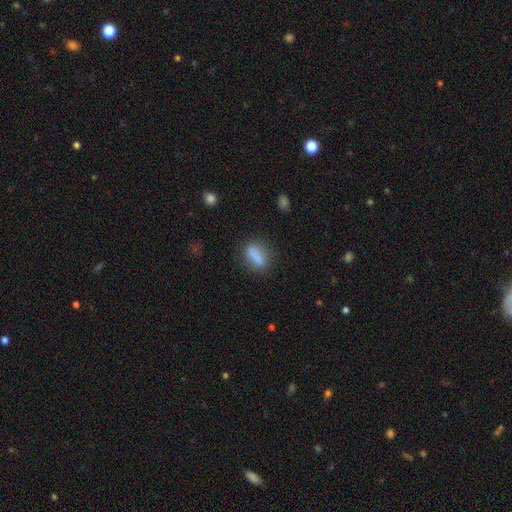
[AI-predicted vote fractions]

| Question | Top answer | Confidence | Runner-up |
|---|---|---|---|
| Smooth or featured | smooth | 80% | featured or disk (12%) |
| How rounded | in between | 61% | cigar-shaped (28%) |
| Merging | none | 77% | minor disturbance (14%) |